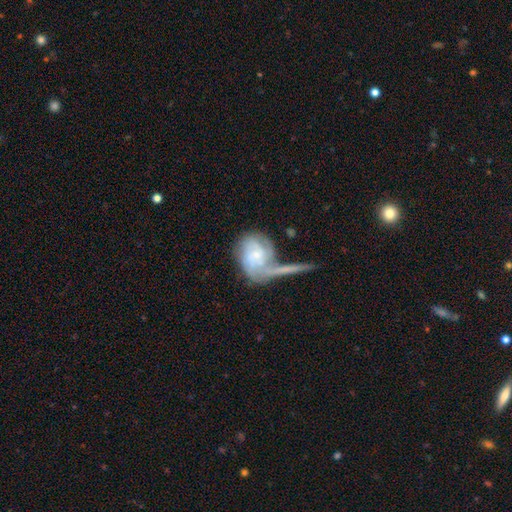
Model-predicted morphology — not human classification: This is likely a featured or disk galaxy (69%). It is clearly not viewed edge-on (95%). Bar: likely no (66%). Spiral arm pattern: clearly yes (86%). Spiral arm count: marginally can't tell (34%). Spiral winding: marginally tight (43%). Central bulge: possibly small (59%). Merging: marginally merger (35%).